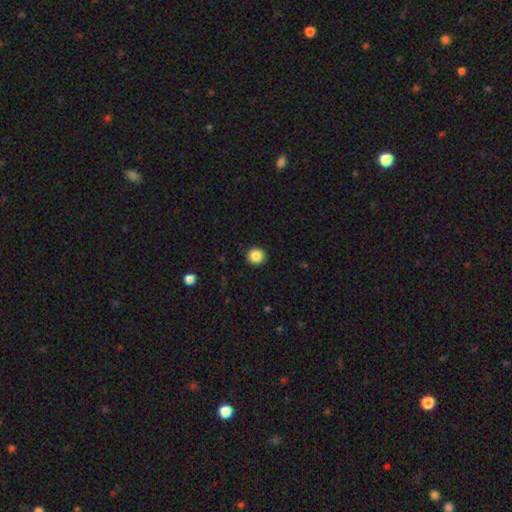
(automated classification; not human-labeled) The model was most divided on "smooth or featured": smooth: 87%, star or artifact: 10%, featured or disk: 4%. More confident: how rounded — round (94%); merging — none (93%).